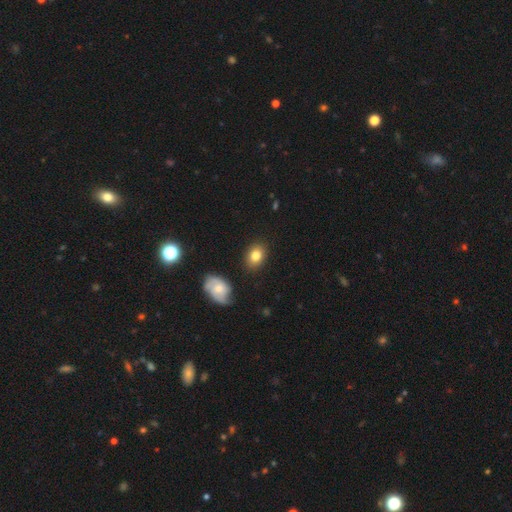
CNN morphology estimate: Smooth or featured?
  - smooth: 81% *
  - featured or disk: 11%
  - star or artifact: 9%
How rounded?
  - in between: 68% *
  - round: 31%
  - cigar-shaped: 1%
Merging?
  - none: 84% *
  - minor disturbance: 11%
  - major disturbance: 3%
  - merger: 2%